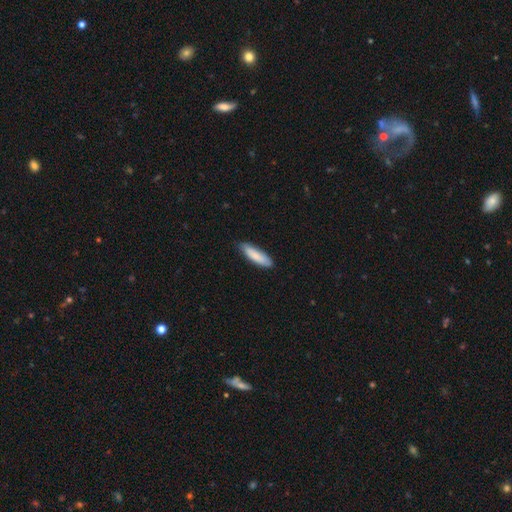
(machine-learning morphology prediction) The model was most divided on "how rounded": cigar-shaped: 61%, in between: 38%, round: 1%. More confident: smooth or featured — smooth (85%); merging — none (81%).